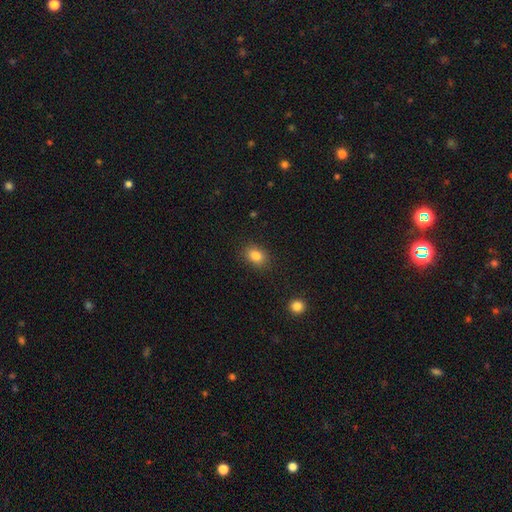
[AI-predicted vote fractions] Q: Smooth or featured?
A: smooth (84%); runner-up: star or artifact (10%)
Q: How rounded?
A: in between (65%); runner-up: round (34%)
Q: Merging?
A: none (86%); runner-up: minor disturbance (10%)